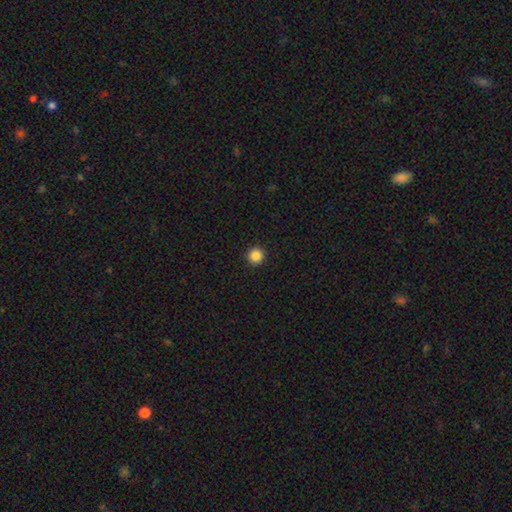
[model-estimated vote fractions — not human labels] Smooth or featured? Predicted: smooth (p=0.86). How rounded? Predicted: round (p=0.96). Merging? Predicted: none (p=0.93).